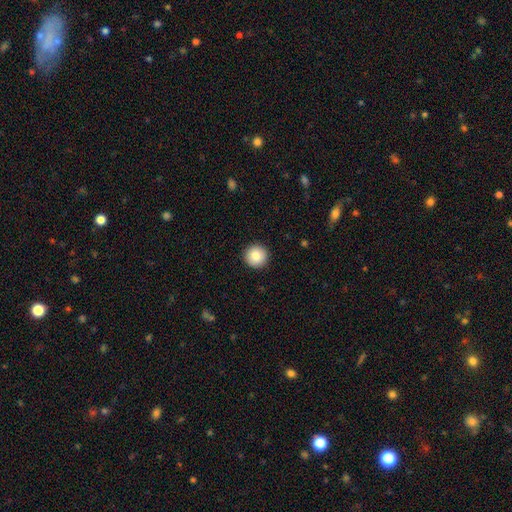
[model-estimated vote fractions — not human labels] Q: Smooth or featured?
A: smooth (84%); runner-up: star or artifact (8%)
Q: How rounded?
A: round (96%); runner-up: in between (3%)
Q: Merging?
A: none (93%); runner-up: minor disturbance (4%)